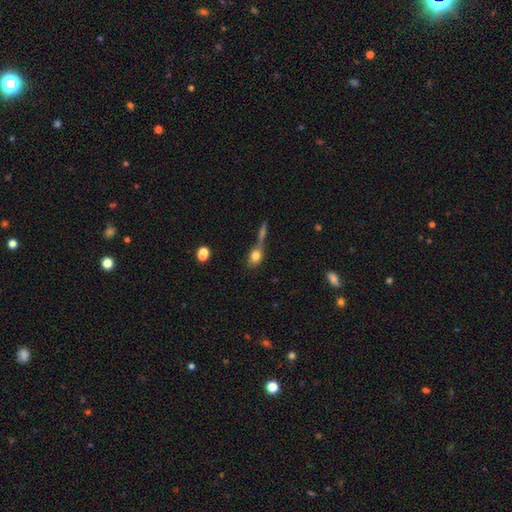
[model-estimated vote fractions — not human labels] Smooth or featured?
  - smooth: 76% *
  - featured or disk: 13%
  - star or artifact: 10%
How rounded?
  - in between: 54% *
  - round: 39%
  - cigar-shaped: 6%
Merging?
  - merger: 40% *
  - none: 37%
  - minor disturbance: 12%
  - major disturbance: 10%